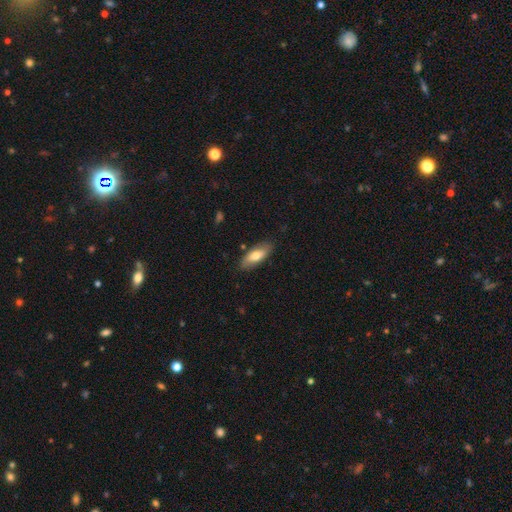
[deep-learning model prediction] smooth_or_featured: smooth (p=0.72) [alt: featured or disk p=0.22]
how_rounded: in between (p=0.76) [alt: cigar-shaped p=0.22]
merging: none (p=0.83) [alt: minor disturbance p=0.13]